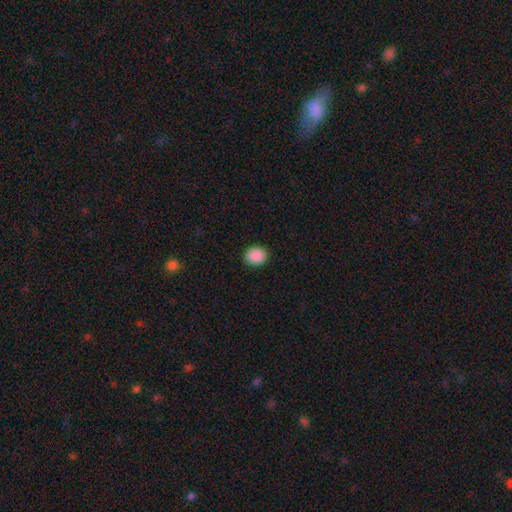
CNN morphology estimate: type=smooth (90%); roundness=round (62%); merging=none (91%).